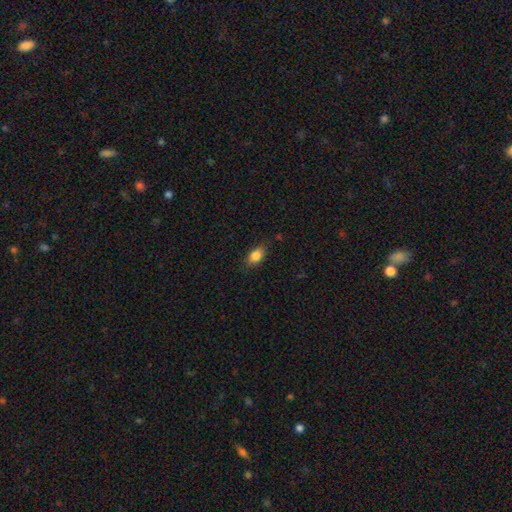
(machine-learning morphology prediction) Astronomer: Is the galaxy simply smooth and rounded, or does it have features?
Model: smooth — 84%.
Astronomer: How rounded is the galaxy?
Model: in between — 85%.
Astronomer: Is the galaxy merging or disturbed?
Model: none — 81%.